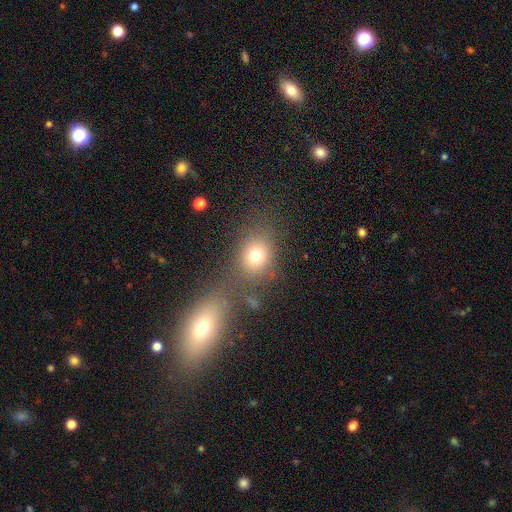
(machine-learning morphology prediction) Smooth or featured? smooth (74%)
How rounded? round (60%)
Merging? none (61%)